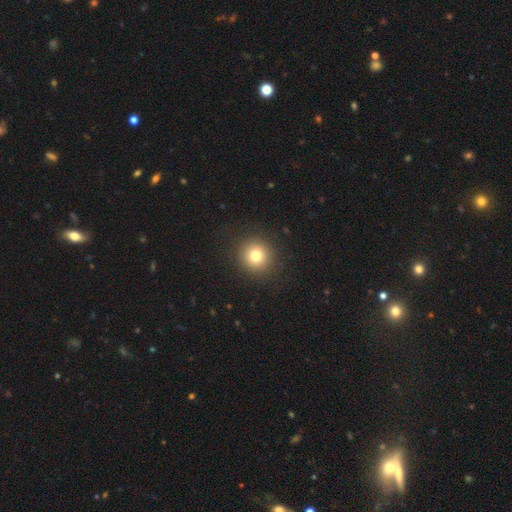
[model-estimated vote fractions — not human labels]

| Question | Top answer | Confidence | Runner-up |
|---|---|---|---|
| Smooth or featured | smooth | 77% | star or artifact (13%) |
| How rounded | round | 93% | in between (6%) |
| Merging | none | 91% | minor disturbance (6%) |